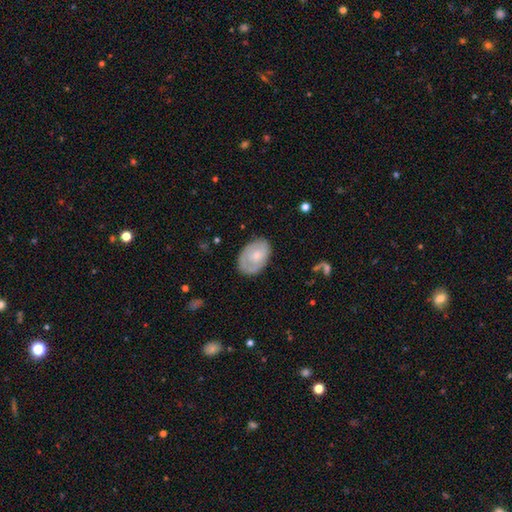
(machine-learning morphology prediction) Smooth or featured? smooth (57%)
How rounded? in between (85%)
Merging? none (73%)